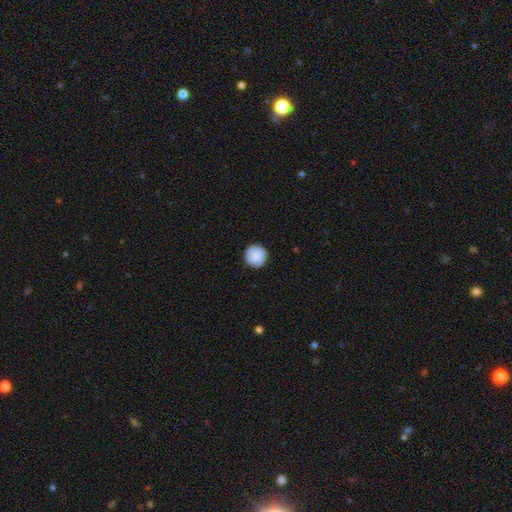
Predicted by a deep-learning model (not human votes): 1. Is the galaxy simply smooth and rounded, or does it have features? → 87% smooth, 7% star or artifact, 6% featured or disk.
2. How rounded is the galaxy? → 95% round, 4% in between, 1% cigar-shaped.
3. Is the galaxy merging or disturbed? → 88% none, 9% minor disturbance, 2% major disturbance, 1% merger.